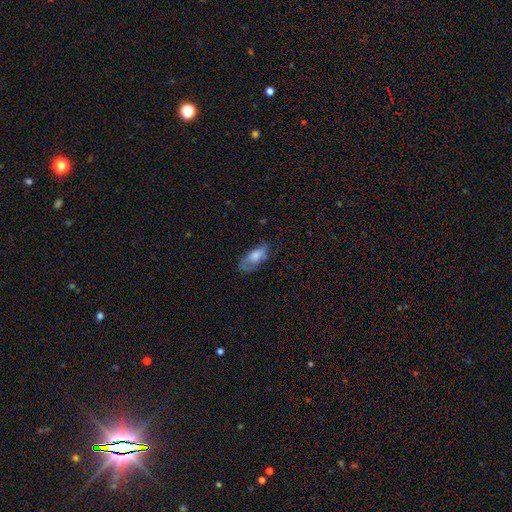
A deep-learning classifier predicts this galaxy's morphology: Q: Smooth or featured?
A: smooth (68%); runner-up: featured or disk (24%)
Q: How rounded?
A: in between (84%); runner-up: cigar-shaped (13%)
Q: Merging?
A: none (48%); runner-up: minor disturbance (32%)